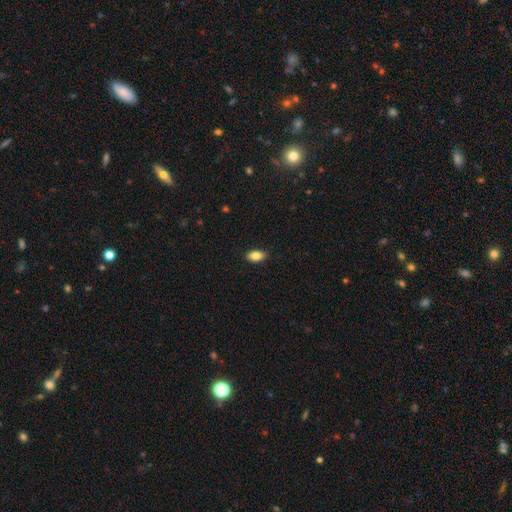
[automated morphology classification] Smooth or featured? Predicted: smooth (p=0.85). How rounded? Predicted: in between (p=0.90). Merging? Predicted: none (p=0.88).